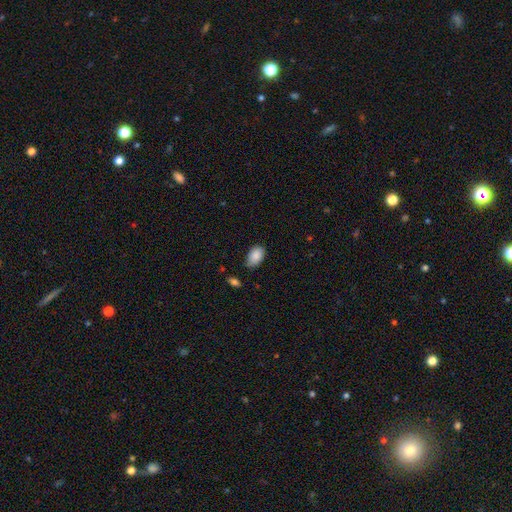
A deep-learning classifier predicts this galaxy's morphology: Q: Smooth or featured?
A: smooth (88%); runner-up: star or artifact (7%)
Q: How rounded?
A: in between (90%); runner-up: round (9%)
Q: Merging?
A: none (70%); runner-up: minor disturbance (24%)